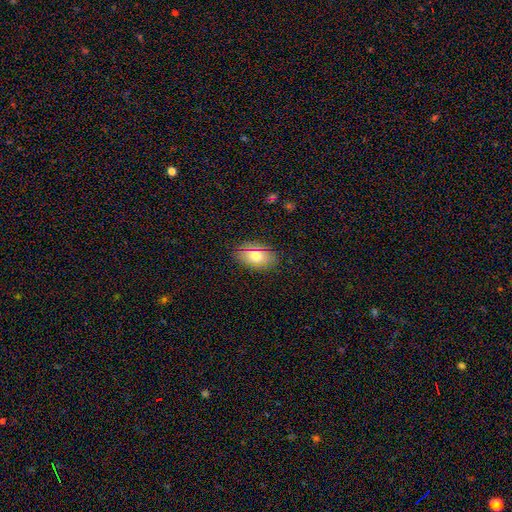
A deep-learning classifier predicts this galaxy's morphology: Overall: smooth (71%). How rounded: in between (86%). Merging: none (84%).